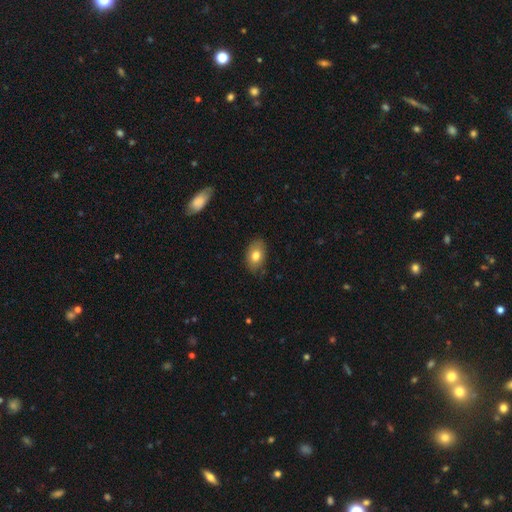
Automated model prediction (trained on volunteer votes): The model was most divided on "smooth or featured": smooth: 77%, featured or disk: 16%, star or artifact: 8%. More confident: how rounded — in between (86%); merging — none (79%).